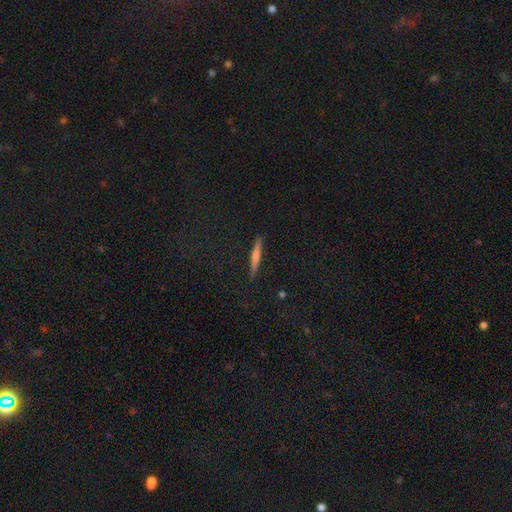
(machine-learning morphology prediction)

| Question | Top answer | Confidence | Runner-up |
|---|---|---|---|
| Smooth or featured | featured or disk | 47% | smooth (44%) |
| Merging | none | 89% | minor disturbance (8%) |